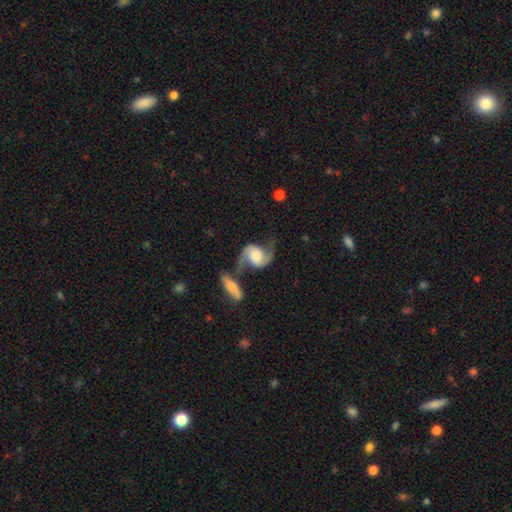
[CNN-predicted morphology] This appears to be a featured or disk galaxy (87%) with no bar (62%), 2 (94%) loose (49%) spiral arms (97%) and a large central bulge (35%). Merging: none (50%).